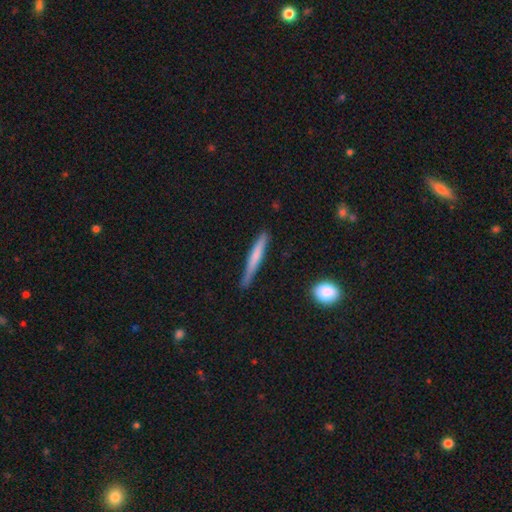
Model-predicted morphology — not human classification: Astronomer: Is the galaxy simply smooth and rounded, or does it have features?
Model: smooth — 60%.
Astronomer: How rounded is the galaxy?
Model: cigar-shaped — 95%.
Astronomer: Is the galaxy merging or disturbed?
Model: none — 75%.